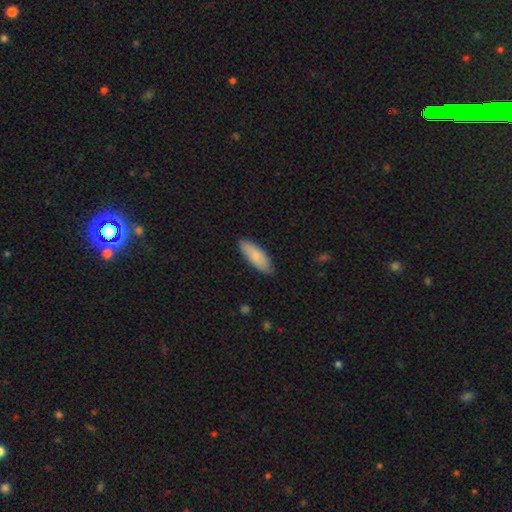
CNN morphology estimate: Smooth or featured?
  - smooth: 83% *
  - featured or disk: 11%
  - star or artifact: 5%
How rounded?
  - in between: 69% *
  - cigar-shaped: 29%
  - round: 2%
Merging?
  - none: 83% *
  - minor disturbance: 14%
  - major disturbance: 2%
  - merger: 1%